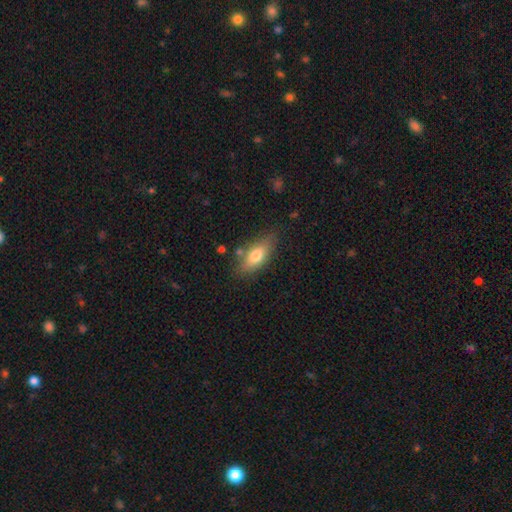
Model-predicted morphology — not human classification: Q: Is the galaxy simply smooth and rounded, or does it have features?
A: smooth — 72%.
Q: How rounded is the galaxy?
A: in between — 80%.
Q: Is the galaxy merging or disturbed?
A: none — 74%.